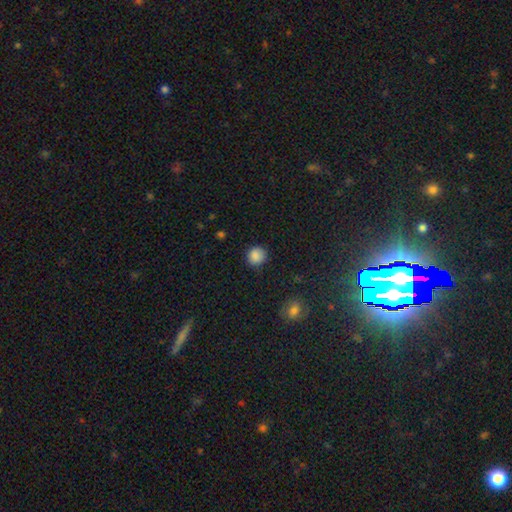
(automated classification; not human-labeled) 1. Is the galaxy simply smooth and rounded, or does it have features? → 87% smooth, 10% star or artifact, 4% featured or disk.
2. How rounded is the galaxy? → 88% round, 11% in between, 1% cigar-shaped.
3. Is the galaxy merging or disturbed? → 85% none, 11% minor disturbance, 3% major disturbance, 1% merger.